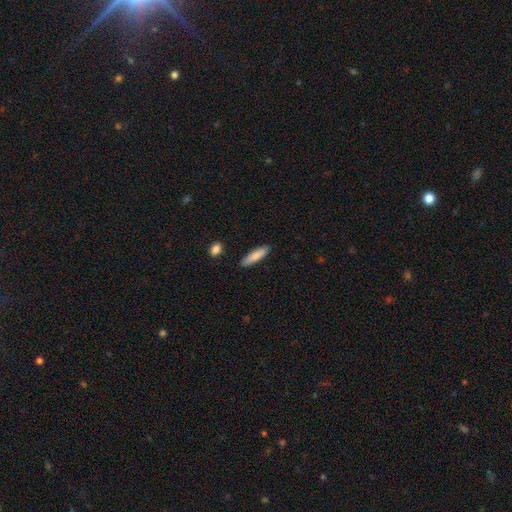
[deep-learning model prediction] Smooth or featured? Predicted: smooth (p=0.83). How rounded? Predicted: cigar-shaped (p=0.72). Merging? Predicted: none (p=0.87).